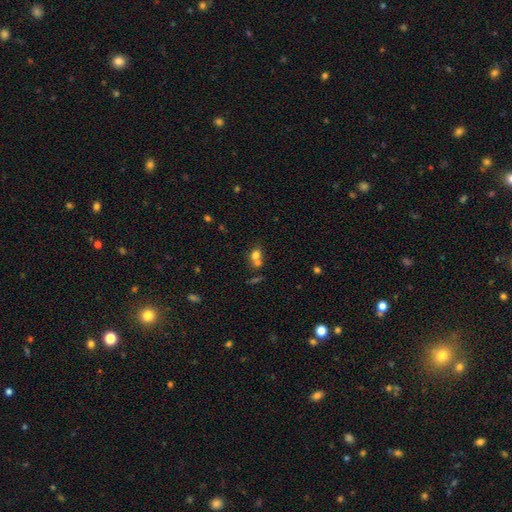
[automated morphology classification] Q: Smooth or featured?
A: smooth (72%); runner-up: featured or disk (14%)
Q: How rounded?
A: round (53%); runner-up: in between (45%)
Q: Merging?
A: merger (52%); runner-up: none (36%)